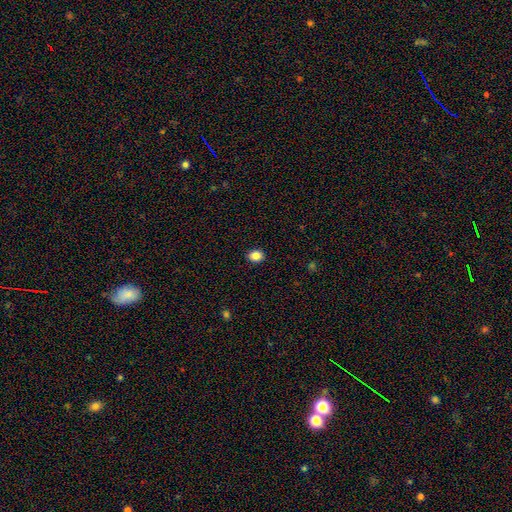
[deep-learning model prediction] Smooth or featured? smooth (86%)
How rounded? in between (51%)
Merging? none (90%)